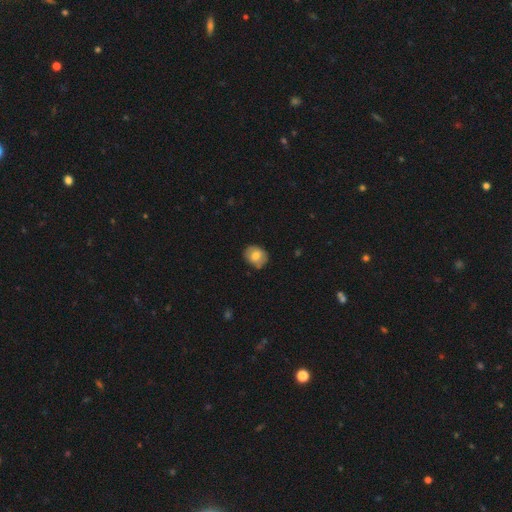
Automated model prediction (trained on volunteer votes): Morphology: type=smooth (73%); roundness=round (54%); merging=none (80%).